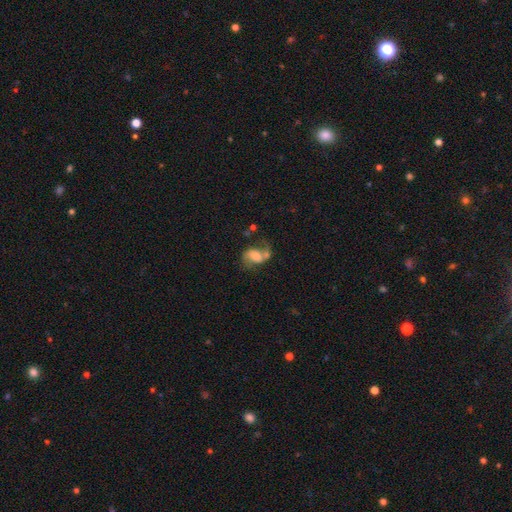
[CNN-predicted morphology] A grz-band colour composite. It shows a featured or disk galaxy (64%) with no bar (49%), 2 (83%) loose (53%) spiral arms (87%) and a moderate central bulge (33%). Merging: none (40%).